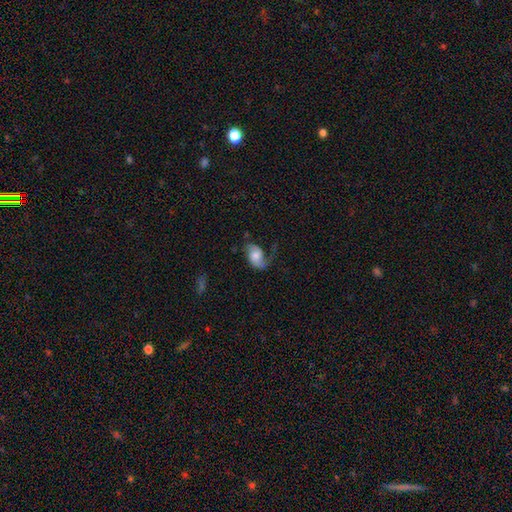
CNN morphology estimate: This appears to be a featured or disk galaxy (52%) with no bar (68%), spiral arms (86%) and a moderate central bulge (40%). Merging: none (44%).